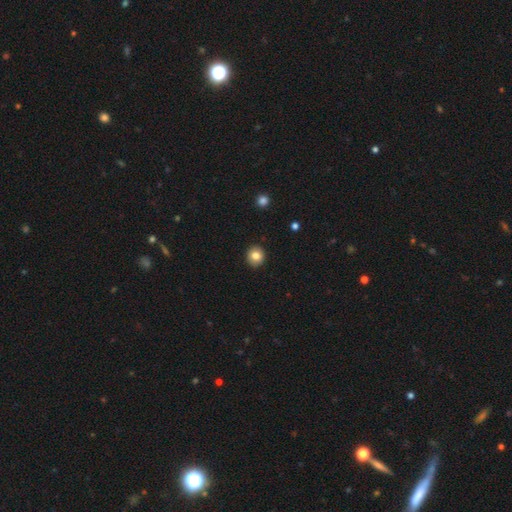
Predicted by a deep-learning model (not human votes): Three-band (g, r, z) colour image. It shows a smooth galaxy with no disk features (82%) that is round (88%). Merging: none (92%).